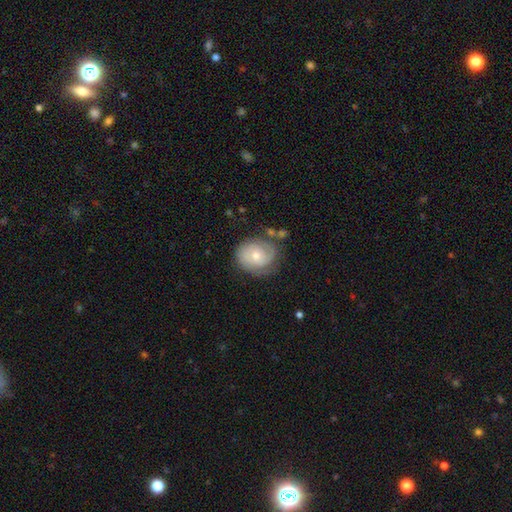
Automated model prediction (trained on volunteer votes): A featured or disk galaxy (57%) with no bar (75%), spiral arms (82%) and a moderate central bulge (50%).

Vote fractions:
- Smooth or featured? featured or disk: 57% / smooth: 36% / star or artifact: 7%
- Edge-on disk? no: 97% / yes: 3%
- Bar? no: 75% / weak: 22% / strong: 3%
- Spiral arms? yes: 82% / no: 18%
- Bulge size? moderate: 50% / small: 45% / large: 2% / none: 1% / dominant: 1%
- Merging? none: 66% / minor disturbance: 21% / major disturbance: 9% / merger: 4%